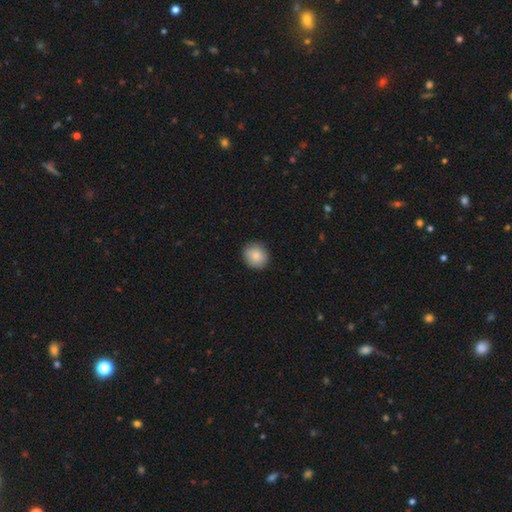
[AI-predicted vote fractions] Smooth or featured? Predicted: smooth (p=0.86). How rounded? Predicted: round (p=0.83). Merging? Predicted: none (p=0.88).